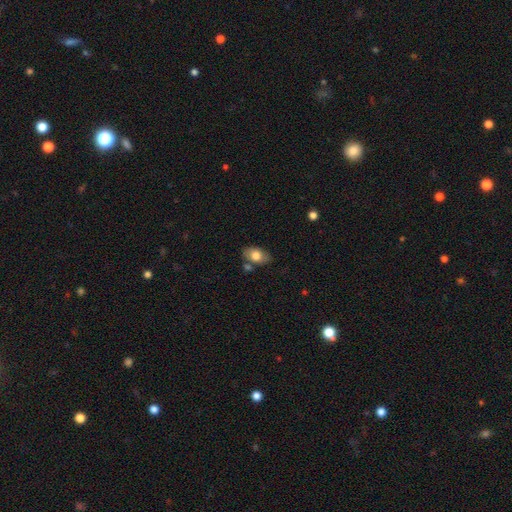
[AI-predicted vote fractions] Smooth or featured?
  - smooth: 76% *
  - featured or disk: 17%
  - star or artifact: 7%
How rounded?
  - in between: 86% *
  - round: 13%
  - cigar-shaped: 1%
Merging?
  - none: 69% *
  - minor disturbance: 16%
  - merger: 11%
  - major disturbance: 4%